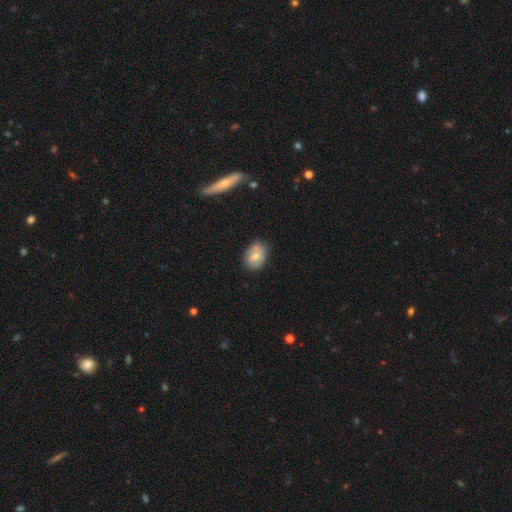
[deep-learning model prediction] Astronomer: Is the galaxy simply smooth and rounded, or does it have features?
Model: smooth — 74%.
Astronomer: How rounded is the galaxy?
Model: in between — 72%.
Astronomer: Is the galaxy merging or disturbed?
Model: none — 79%.